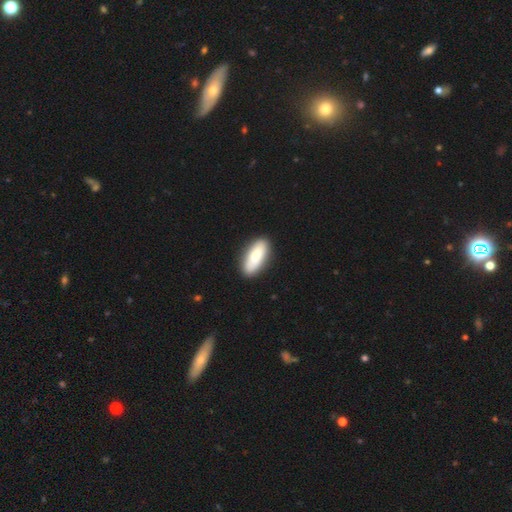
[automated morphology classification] Smooth or featured: smooth — 81% (featured or disk — 14%)
How rounded: in between — 79% (cigar-shaped — 19%)
Merging: none — 89% (minor disturbance — 8%)